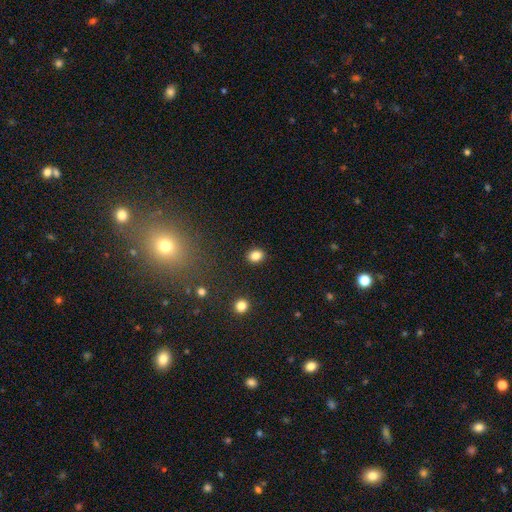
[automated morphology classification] Smooth or featured?
  - smooth: 83% *
  - star or artifact: 12%
  - featured or disk: 5%
How rounded?
  - round: 55% *
  - in between: 44%
  - cigar-shaped: 1%
Merging?
  - none: 89% *
  - minor disturbance: 7%
  - major disturbance: 2%
  - merger: 2%